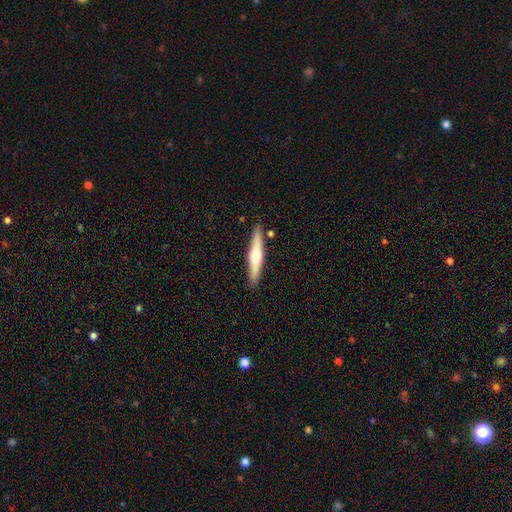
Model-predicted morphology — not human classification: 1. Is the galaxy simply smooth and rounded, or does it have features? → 57% featured or disk, 38% smooth, 5% star or artifact.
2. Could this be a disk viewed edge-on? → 95% yes, 5% no.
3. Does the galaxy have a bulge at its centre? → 93% rounded, 5% none, 3% boxy.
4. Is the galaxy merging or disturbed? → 87% none, 9% minor disturbance, 3% merger, 2% major disturbance.